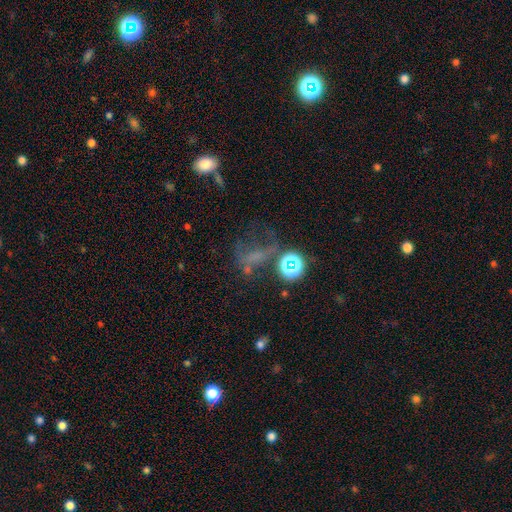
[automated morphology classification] type=star or artifact (36%).